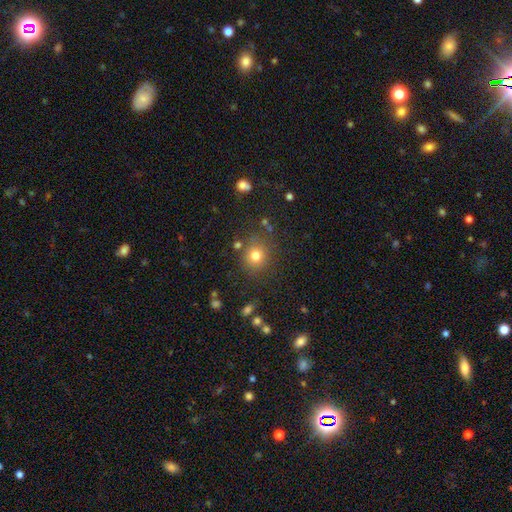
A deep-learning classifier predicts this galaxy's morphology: Overall: smooth (77%). How rounded: round (86%). Merging: none (81%).